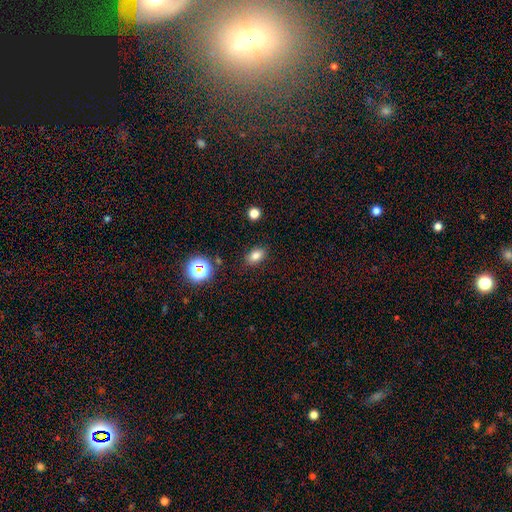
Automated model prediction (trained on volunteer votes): Q: Smooth or featured?
A: smooth (79%); runner-up: star or artifact (14%)
Q: How rounded?
A: in between (83%); runner-up: round (15%)
Q: Merging?
A: none (86%); runner-up: minor disturbance (10%)